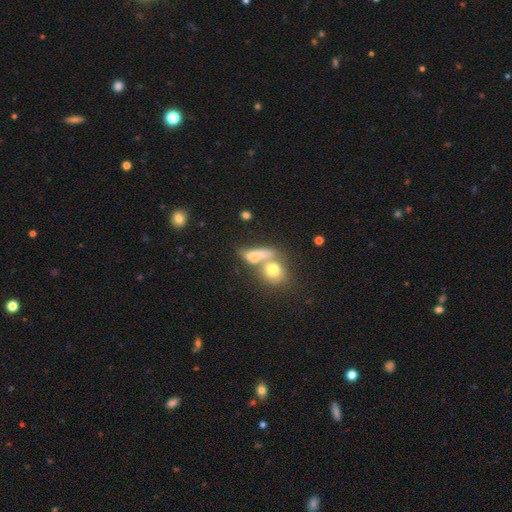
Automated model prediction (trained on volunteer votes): smooth 71%, featured or disk 19%, star or artifact 11%. Down the decision tree: how rounded — in between (54%); merging — merger (51%).